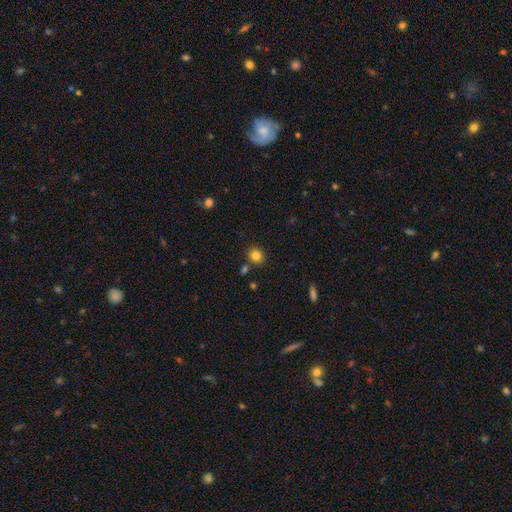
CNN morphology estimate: Smooth or featured: smooth — 83% (star or artifact — 12%)
How rounded: round — 82% (in between — 17%)
Merging: none — 80% (minor disturbance — 9%)